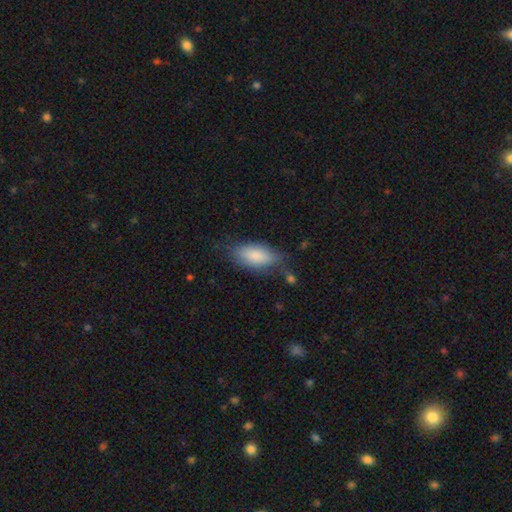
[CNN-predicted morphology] A smooth galaxy with no disk features (80%) that is in between round and cigar-shaped (87%). Merging: none (63%).